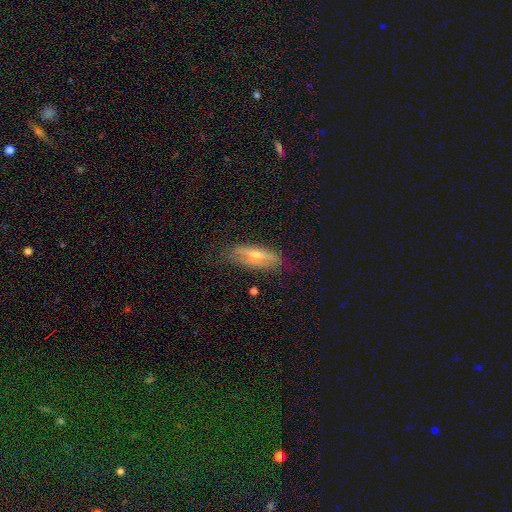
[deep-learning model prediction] Smooth or featured?
  - featured or disk: 56% *
  - smooth: 36%
  - star or artifact: 8%
Edge-on disk?
  - yes: 70% *
  - no: 30%
Merging?
  - none: 71% *
  - minor disturbance: 21%
  - major disturbance: 6%
  - merger: 2%